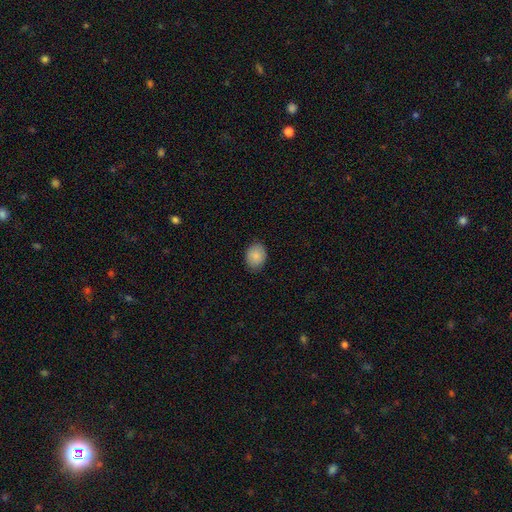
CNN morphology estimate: Smooth or featured?
  - smooth: 88% *
  - star or artifact: 7%
  - featured or disk: 5%
How rounded?
  - in between: 55% *
  - round: 44%
  - cigar-shaped: 1%
Merging?
  - none: 85% *
  - minor disturbance: 11%
  - major disturbance: 2%
  - merger: 1%